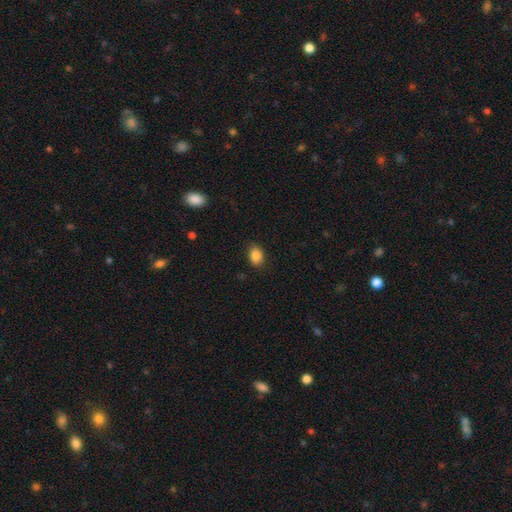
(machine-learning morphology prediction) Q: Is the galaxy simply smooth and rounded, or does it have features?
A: smooth — 86%.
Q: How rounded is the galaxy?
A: in between — 73%.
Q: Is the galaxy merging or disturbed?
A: none — 84%.